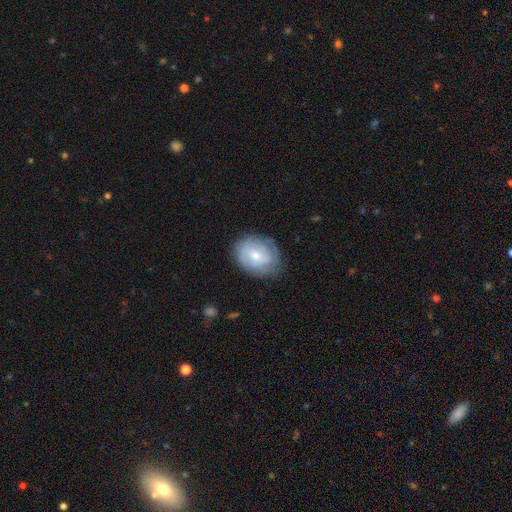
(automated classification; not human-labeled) This appears to be a featured or disk galaxy (48%). Merging: none (78%).